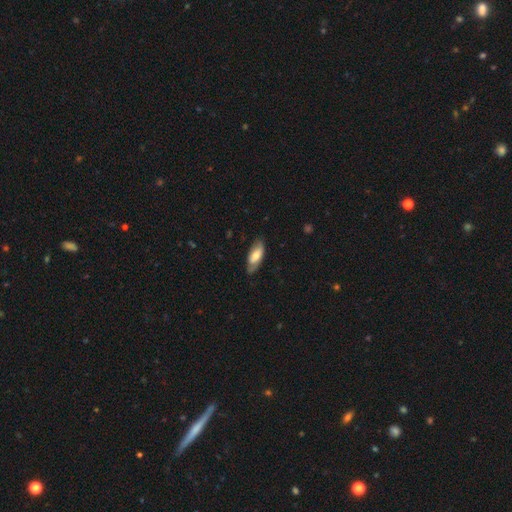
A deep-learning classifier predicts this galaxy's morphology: Smooth or featured?
  - smooth: 59% *
  - featured or disk: 35%
  - star or artifact: 6%
How rounded?
  - in between: 82% *
  - cigar-shaped: 15%
  - round: 2%
Merging?
  - none: 73% *
  - minor disturbance: 21%
  - major disturbance: 5%
  - merger: 1%